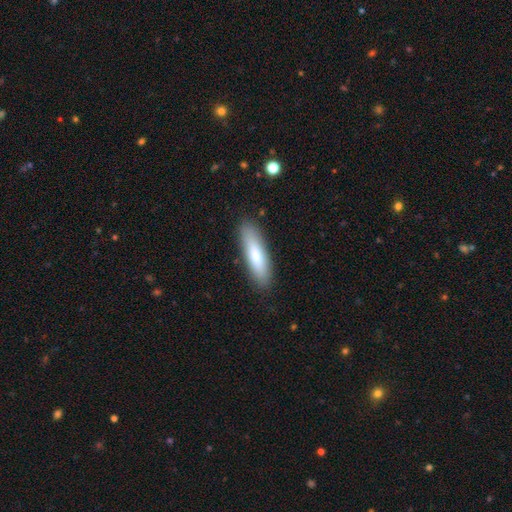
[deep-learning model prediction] Morphology: type=smooth (73%); roundness=cigar-shaped (67%); merging=none (87%).